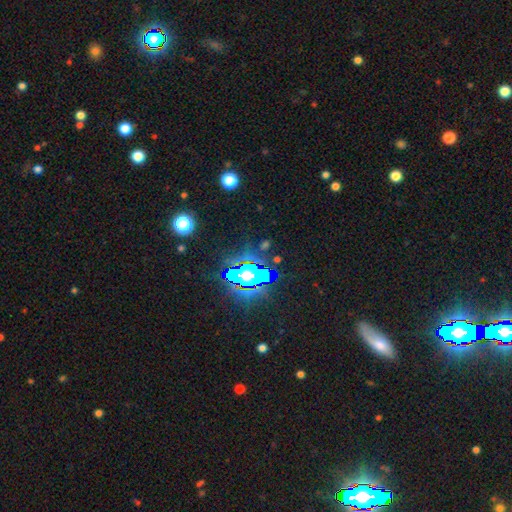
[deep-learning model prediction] This is likely a star or artifact rather than a galaxy (80%).